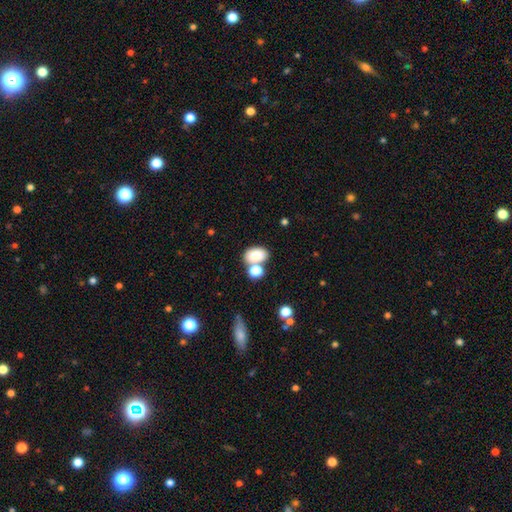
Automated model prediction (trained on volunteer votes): Overall: smooth (82%). How rounded: in between (83%). Merging: none (50%; merger 34%).